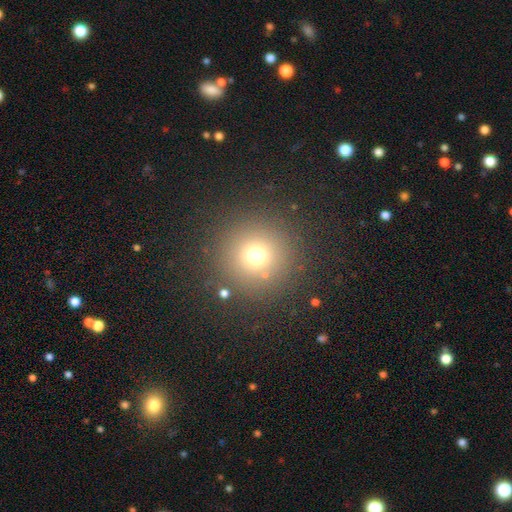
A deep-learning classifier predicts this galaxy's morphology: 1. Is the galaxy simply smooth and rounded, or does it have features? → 70% smooth, 21% star or artifact, 9% featured or disk.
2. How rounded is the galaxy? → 96% round, 3% in between, 1% cigar-shaped.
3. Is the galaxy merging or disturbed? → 87% none, 6% minor disturbance, 4% major disturbance, 3% merger.